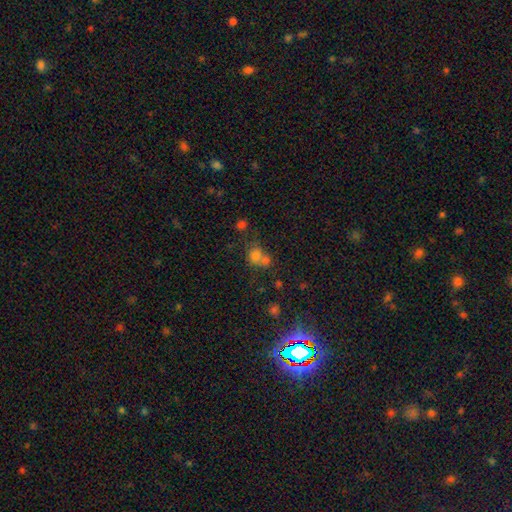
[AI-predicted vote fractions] A smooth galaxy with no disk features (73%) that is round (67%). Merging: merger (49%).